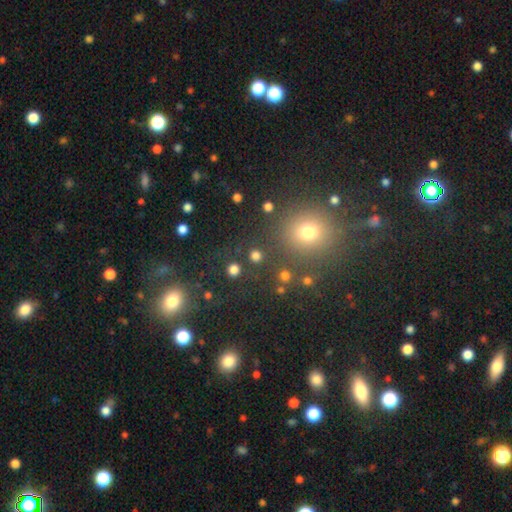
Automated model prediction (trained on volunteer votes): Smooth or featured? Predicted: smooth (p=0.77). How rounded? Predicted: round (p=0.92). Merging? Predicted: none (p=0.86).